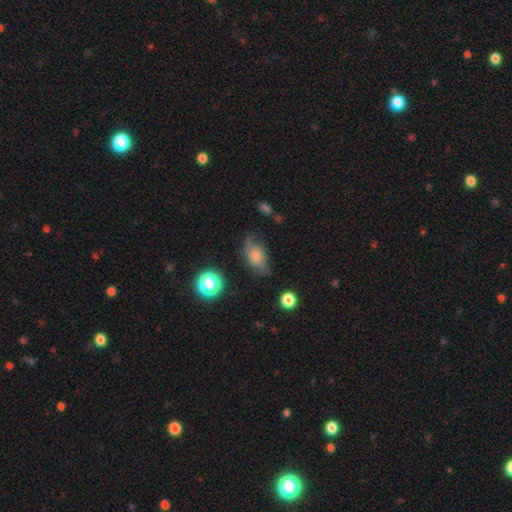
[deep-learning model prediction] Morphology: type=featured or disk (44%, tied with smooth); merging=none (49%).